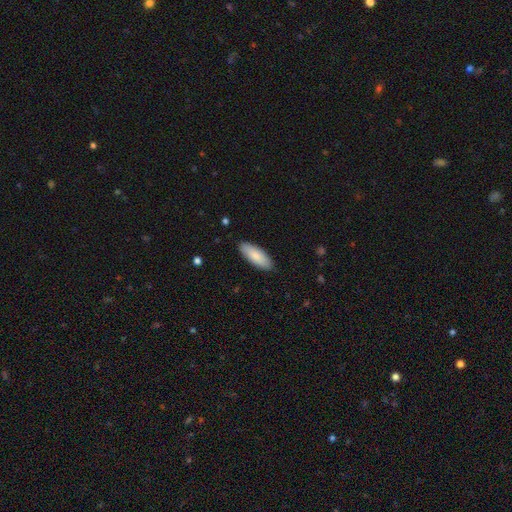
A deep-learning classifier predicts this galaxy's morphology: Smooth or featured?
  - smooth: 82% *
  - featured or disk: 12%
  - star or artifact: 5%
How rounded?
  - in between: 73% *
  - cigar-shaped: 25%
  - round: 2%
Merging?
  - none: 88% *
  - minor disturbance: 9%
  - major disturbance: 2%
  - merger: 1%